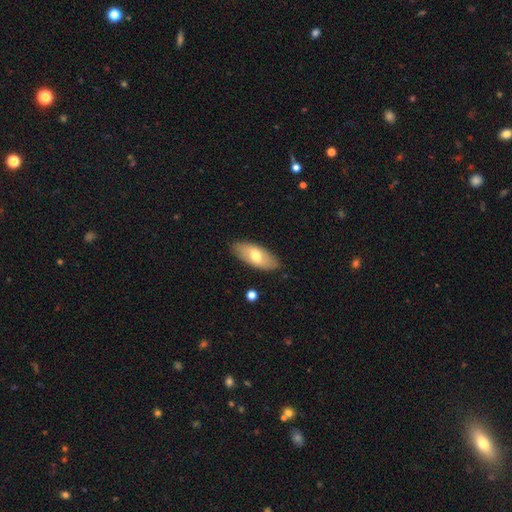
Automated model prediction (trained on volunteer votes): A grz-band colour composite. It shows a smooth galaxy with no disk features (61%) that is in between round and cigar-shaped (86%). Merging: none (86%).